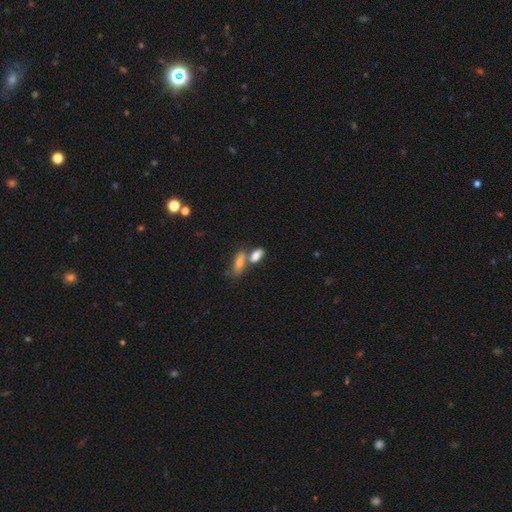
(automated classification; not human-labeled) smooth_or_featured: smooth (p=0.80) [alt: featured or disk p=0.12]
how_rounded: in between (p=0.84) [alt: cigar-shaped p=0.11]
merging: merger (p=0.48) [alt: none p=0.38]